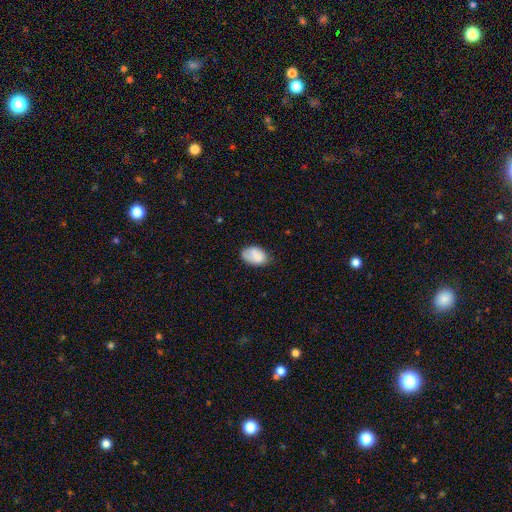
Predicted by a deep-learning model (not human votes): Smooth or featured: smooth — 80% (featured or disk — 12%)
How rounded: in between — 89% (round — 10%)
Merging: none — 65% (minor disturbance — 26%)